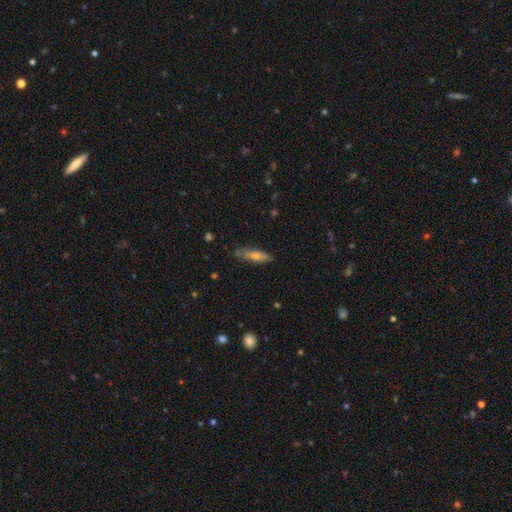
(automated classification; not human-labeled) Morphology: type=smooth (54%); roundness=cigar-shaped (71%); merging=none (78%).